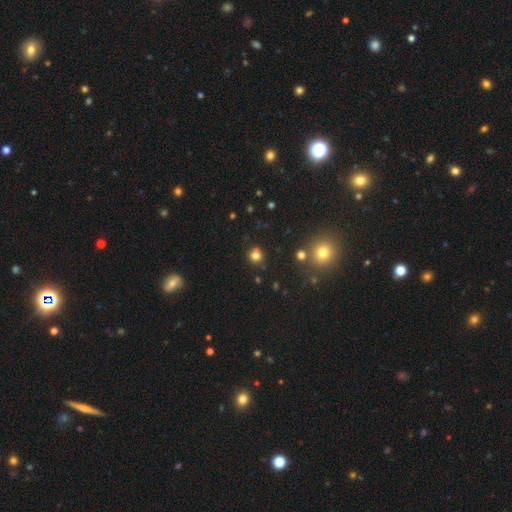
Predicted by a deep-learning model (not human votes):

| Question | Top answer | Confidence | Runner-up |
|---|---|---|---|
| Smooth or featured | smooth | 76% | star or artifact (17%) |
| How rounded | round | 85% | in between (14%) |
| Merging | none | 74% | minor disturbance (12%) |